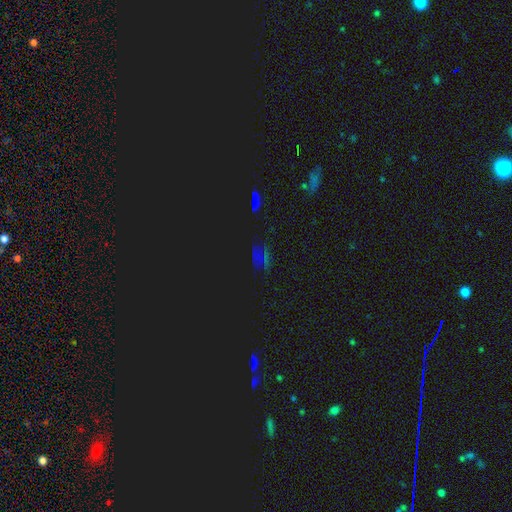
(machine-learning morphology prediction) Smooth or featured: star or artifact — 70% (smooth — 21%)